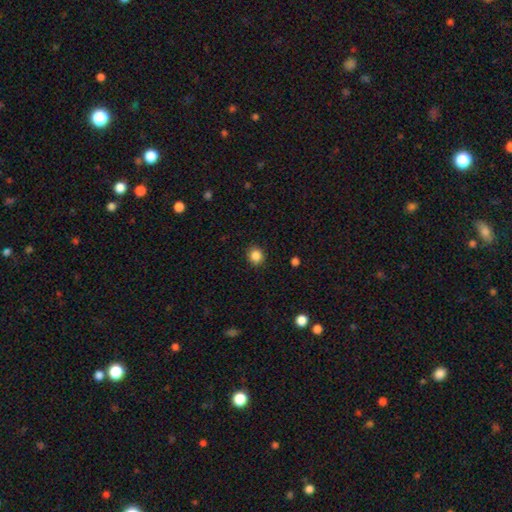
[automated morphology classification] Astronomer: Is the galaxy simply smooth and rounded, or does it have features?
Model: smooth — 86%.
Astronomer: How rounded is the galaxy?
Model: round — 86%.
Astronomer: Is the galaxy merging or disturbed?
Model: none — 90%.